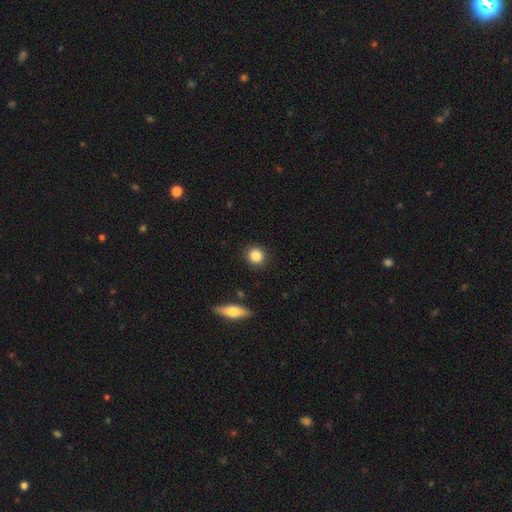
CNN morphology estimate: Smooth or featured?
  - smooth: 86% *
  - star or artifact: 9%
  - featured or disk: 5%
How rounded?
  - round: 89% *
  - in between: 10%
  - cigar-shaped: 1%
Merging?
  - none: 90% *
  - minor disturbance: 7%
  - major disturbance: 2%
  - merger: 2%